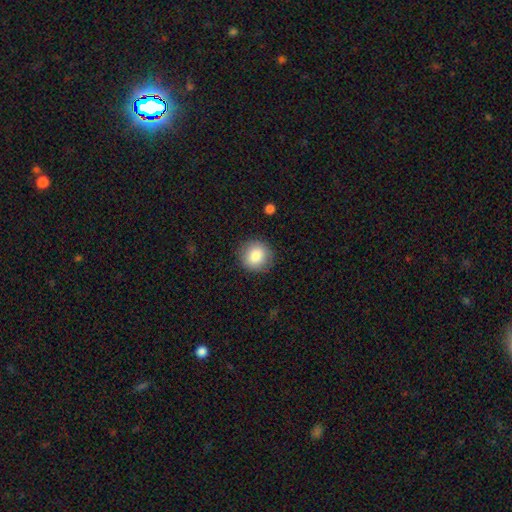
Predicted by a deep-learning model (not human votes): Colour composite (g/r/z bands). It shows a smooth galaxy with no disk features (84%) that is round (90%). Merging: none (88%).